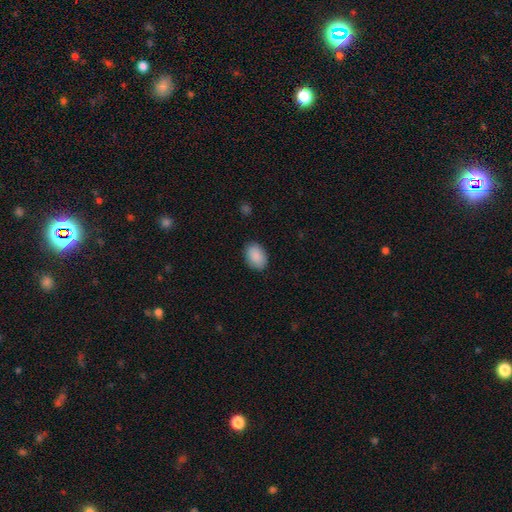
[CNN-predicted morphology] smooth_or_featured: smooth (p=0.90) [alt: star or artifact p=0.06]
how_rounded: in between (p=0.84) [alt: round p=0.15]
merging: none (p=0.86) [alt: minor disturbance p=0.10]